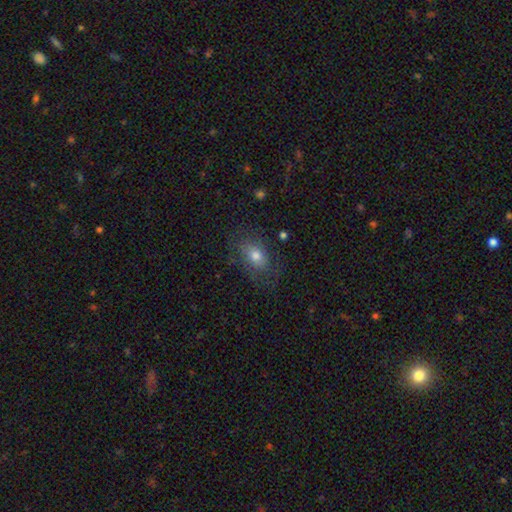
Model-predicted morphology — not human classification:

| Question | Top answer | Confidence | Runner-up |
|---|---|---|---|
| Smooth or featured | smooth | 67% | featured or disk (22%) |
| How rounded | in between | 80% | round (18%) |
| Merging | none | 68% | minor disturbance (20%) |